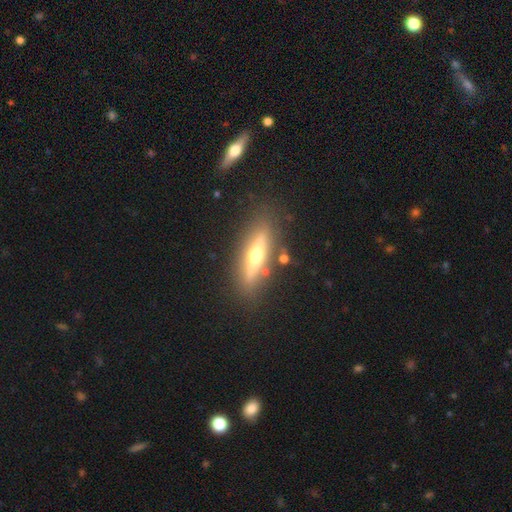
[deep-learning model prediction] The model was most divided on "smooth or featured": featured or disk: 57%, smooth: 36%, star or artifact: 7%. More confident: edge-on disk — yes (87%); merging — none (82%).